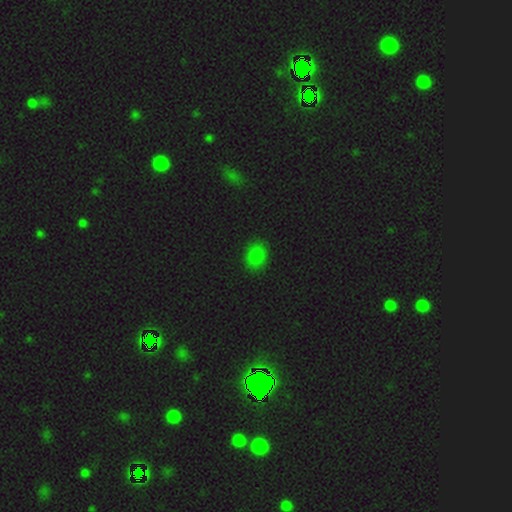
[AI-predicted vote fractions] Smooth or featured: smooth — 82% (star or artifact — 14%)
How rounded: in between — 51% (round — 48%)
Merging: none — 87% (minor disturbance — 9%)